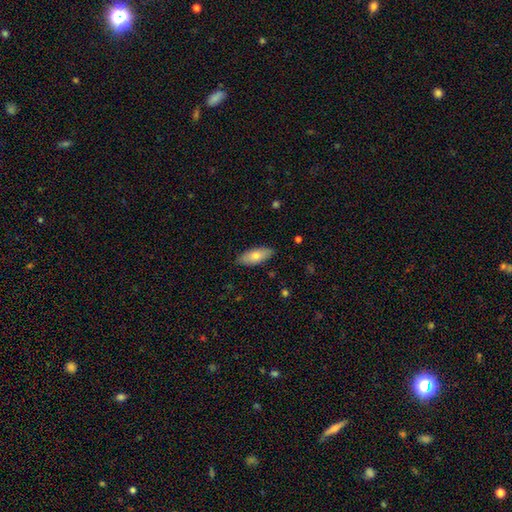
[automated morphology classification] Q: Smooth or featured?
A: smooth (73%); runner-up: featured or disk (21%)
Q: How rounded?
A: in between (83%); runner-up: cigar-shaped (15%)
Q: Merging?
A: none (85%); runner-up: minor disturbance (12%)